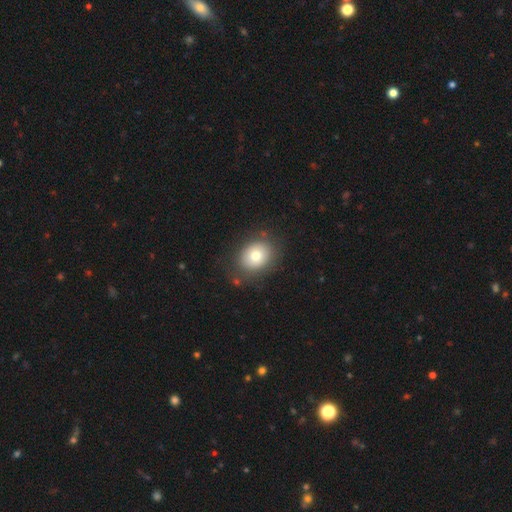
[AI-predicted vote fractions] Overall: smooth (74%). How rounded: round (51%; in between 48%). Merging: none (80%).